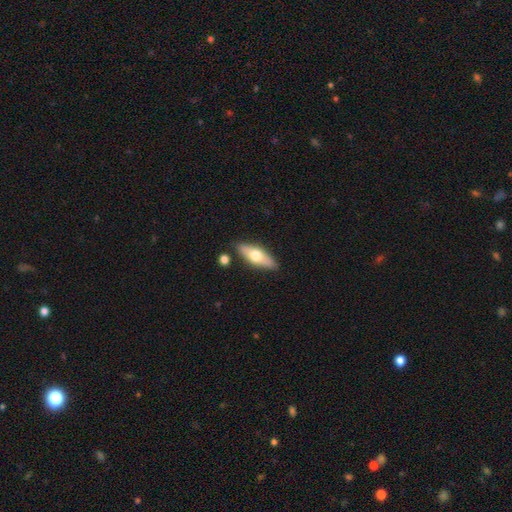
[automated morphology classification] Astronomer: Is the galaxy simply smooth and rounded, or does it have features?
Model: smooth — 53% (runner-up: featured or disk, 42%).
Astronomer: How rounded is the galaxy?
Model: in between — 59% (runner-up: cigar-shaped, 38%).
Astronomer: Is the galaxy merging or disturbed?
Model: none — 84%.